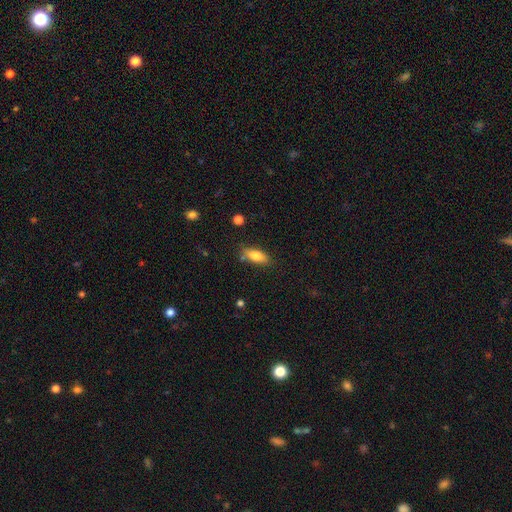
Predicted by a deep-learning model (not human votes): Smooth or featured: smooth — 80% (featured or disk — 13%)
How rounded: in between — 77% (cigar-shaped — 20%)
Merging: none — 77% (minor disturbance — 15%)